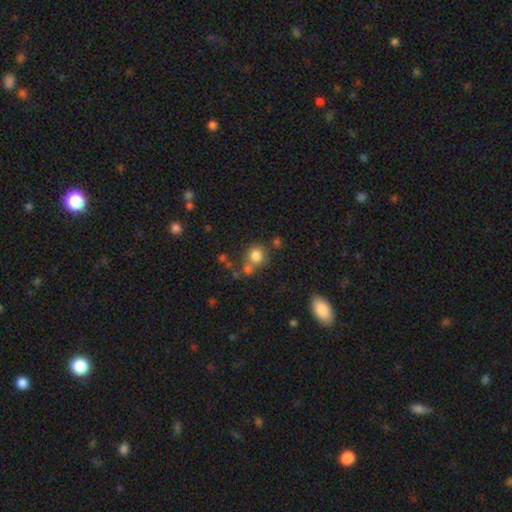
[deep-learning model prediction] Morphology: type=smooth (79%); roundness=round (85%); merging=none (58%).